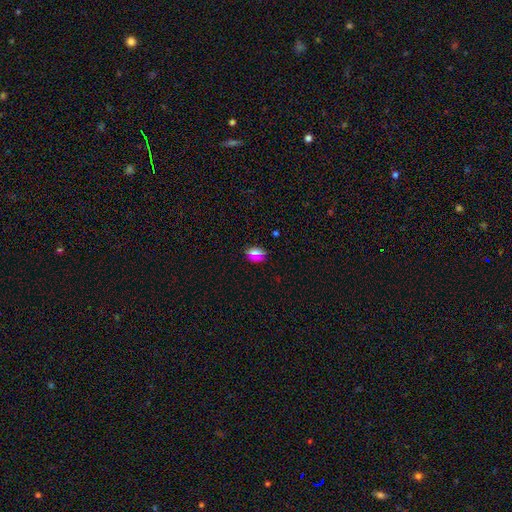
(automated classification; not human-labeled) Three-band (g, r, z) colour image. It shows a smooth galaxy with no disk features (65%) that is in between round and cigar-shaped (50%). Merging: none (85%).